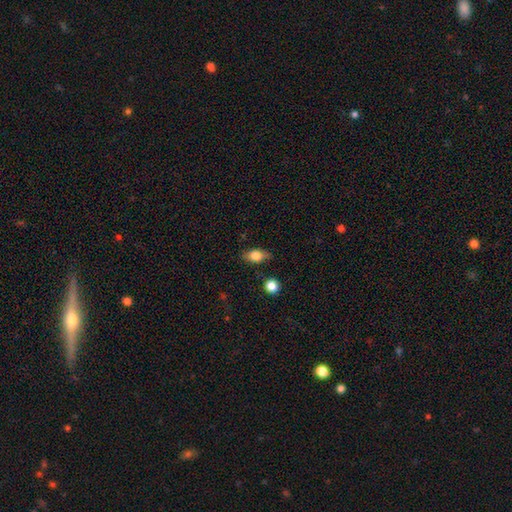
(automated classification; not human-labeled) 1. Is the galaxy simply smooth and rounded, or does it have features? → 77% smooth, 15% featured or disk, 8% star or artifact.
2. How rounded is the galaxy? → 81% in between, 11% round, 8% cigar-shaped.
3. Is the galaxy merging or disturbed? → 80% none, 14% minor disturbance, 3% major disturbance, 2% merger.